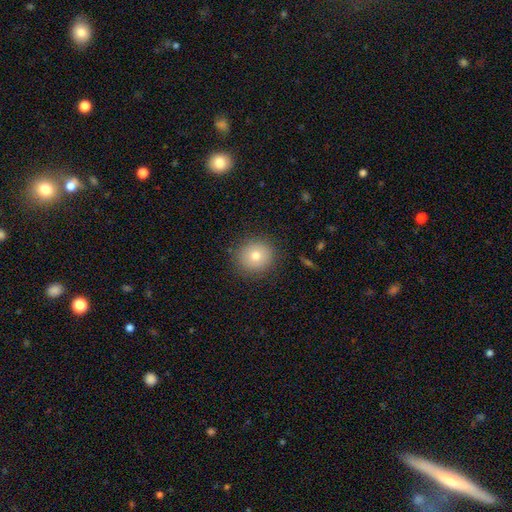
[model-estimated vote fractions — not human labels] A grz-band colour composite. It shows a smooth galaxy with no disk features (76%) that is round (87%). Merging: none (89%).